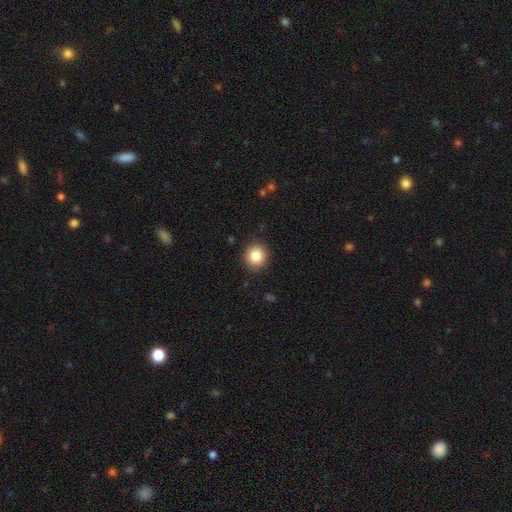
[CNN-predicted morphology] The model was most divided on "smooth or featured": smooth: 86%, star or artifact: 9%, featured or disk: 5%. More confident: merging — none (90%); how rounded — round (89%).